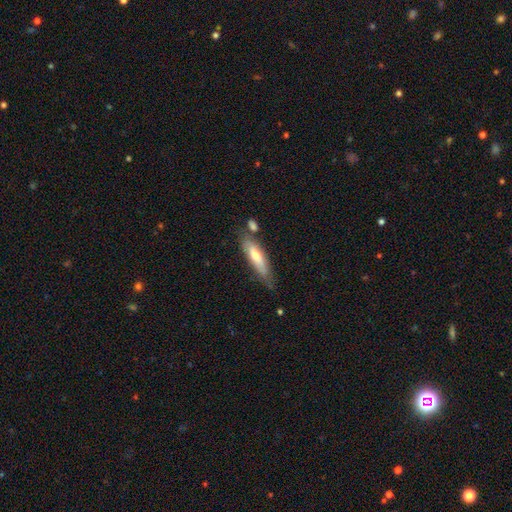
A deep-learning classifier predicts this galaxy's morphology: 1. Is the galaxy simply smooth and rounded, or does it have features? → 54% smooth, 40% featured or disk, 6% star or artifact.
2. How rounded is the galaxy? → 62% cigar-shaped, 36% in between, 2% round.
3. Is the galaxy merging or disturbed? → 60% none, 23% minor disturbance, 11% merger, 6% major disturbance.